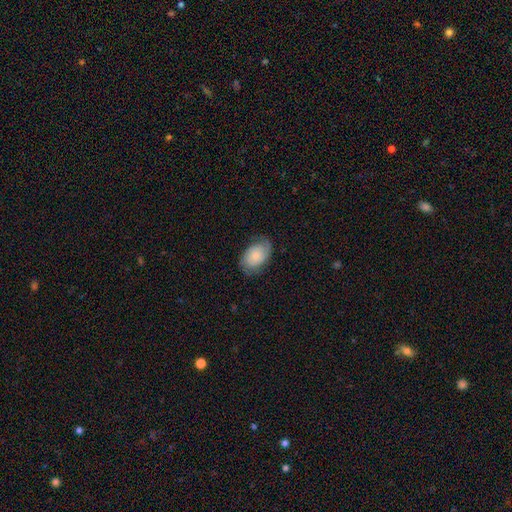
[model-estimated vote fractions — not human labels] Smooth or featured?
  - featured or disk: 49% *
  - smooth: 44%
  - star or artifact: 7%
Merging?
  - none: 72% *
  - minor disturbance: 20%
  - major disturbance: 6%
  - merger: 1%